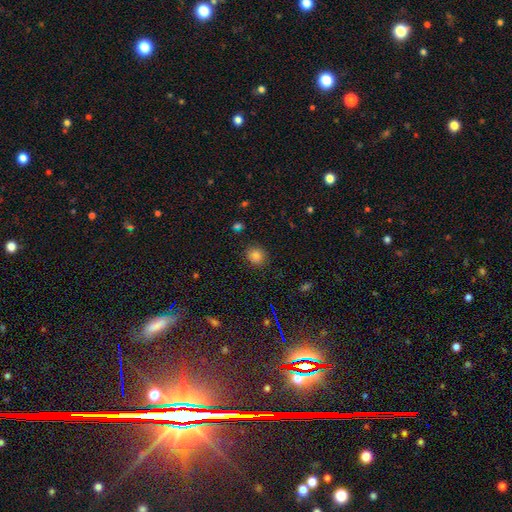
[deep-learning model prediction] Smooth or featured? smooth (82%)
How rounded? round (81%)
Merging? none (86%)